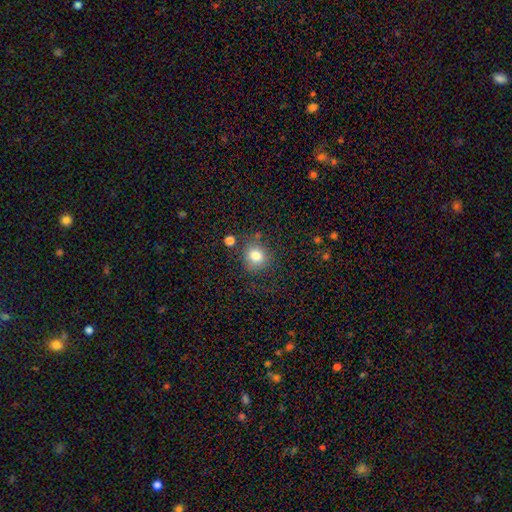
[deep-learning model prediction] Smooth or featured?
  - smooth: 81% *
  - star or artifact: 11%
  - featured or disk: 8%
How rounded?
  - round: 83% *
  - in between: 16%
  - cigar-shaped: 1%
Merging?
  - none: 71% *
  - minor disturbance: 16%
  - major disturbance: 7%
  - merger: 6%